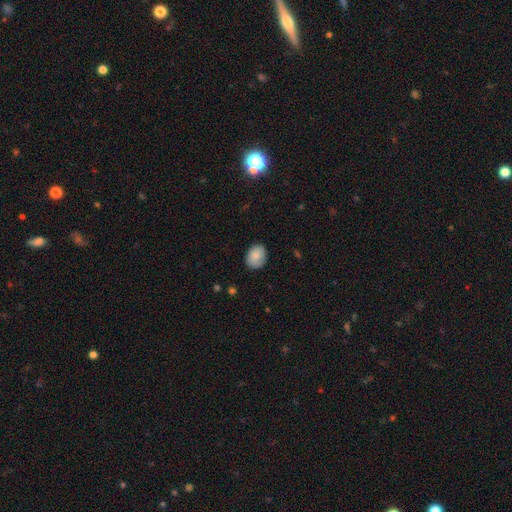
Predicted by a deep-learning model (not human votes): smooth_or_featured: smooth (p=0.85) [alt: featured or disk p=0.08]
how_rounded: in between (p=0.58) [alt: round p=0.41]
merging: none (p=0.81) [alt: minor disturbance p=0.15]